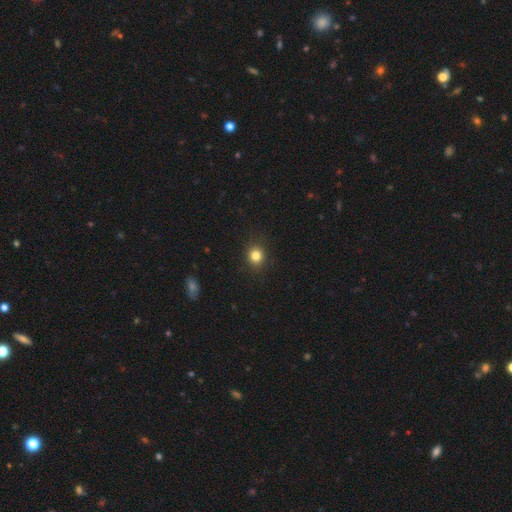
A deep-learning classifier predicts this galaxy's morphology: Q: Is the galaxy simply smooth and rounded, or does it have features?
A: smooth — 83%.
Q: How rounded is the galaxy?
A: round — 81%.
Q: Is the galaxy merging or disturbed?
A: none — 90%.